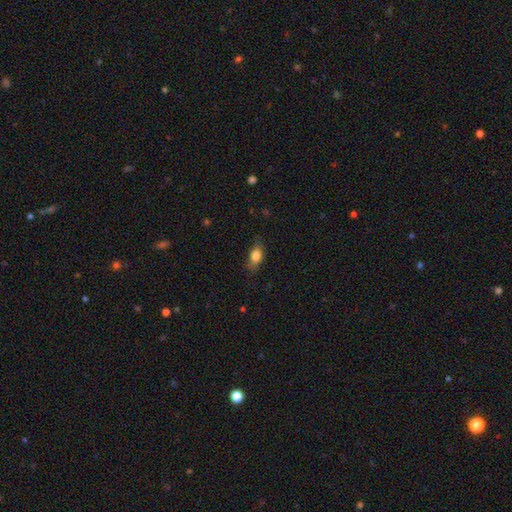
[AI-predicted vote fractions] This appears to be a smooth galaxy with no disk features (80%) that is in between round and cigar-shaped (80%). Merging: none (74%).